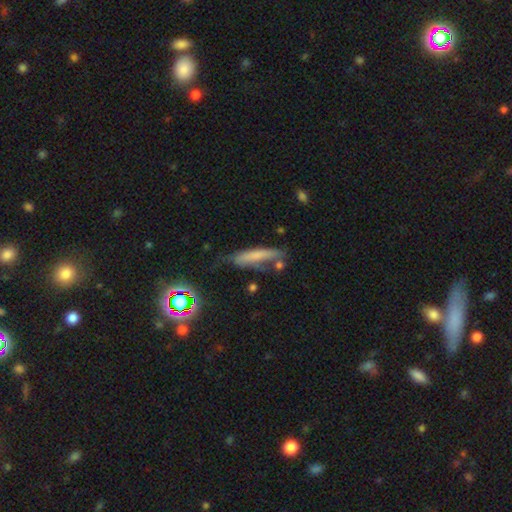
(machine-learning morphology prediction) smooth-or-featured: smooth: 63% | featured or disk: 25% | star or artifact: 12%
  how-rounded: cigar-shaped: 83% | in between: 14% | round: 3%
  merging: none: 56% | minor disturbance: 25% | major disturbance: 10% | merger: 8%